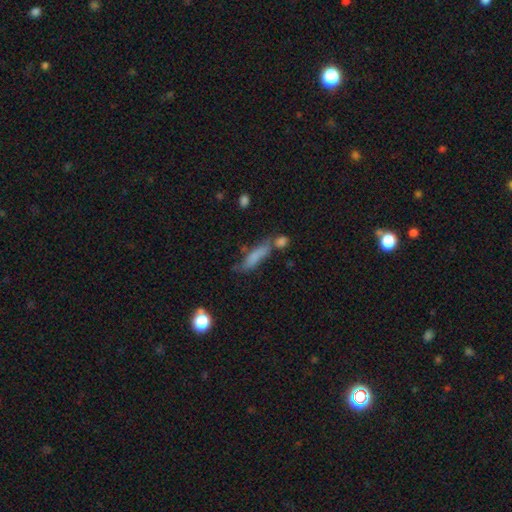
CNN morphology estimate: type=smooth (71%); roundness=cigar-shaped (74%); merging=none (53%).